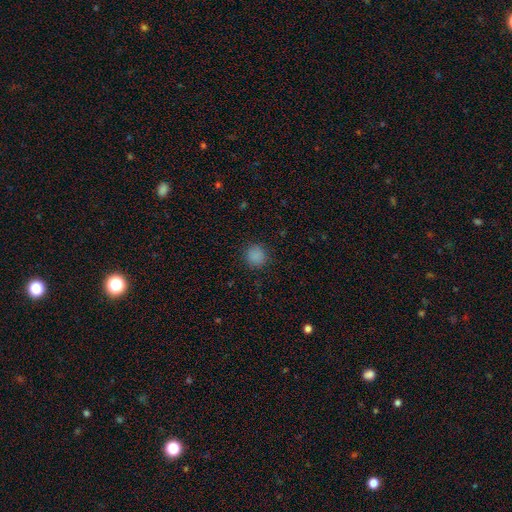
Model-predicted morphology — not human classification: The model was most divided on "smooth or featured": smooth: 85%, star or artifact: 11%, featured or disk: 3%. More confident: how rounded — round (89%); merging — none (88%).